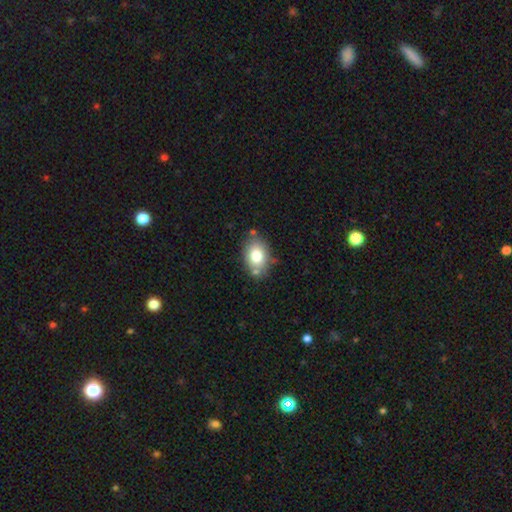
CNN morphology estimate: A smooth galaxy with no disk features (78%) that is in between round and cigar-shaped (77%).

Vote fractions:
- Smooth or featured? smooth: 78% / featured or disk: 13% / star or artifact: 9%
- How rounded? in between: 77% / round: 22% / cigar-shaped: 1%
- Merging? none: 73% / minor disturbance: 16% / merger: 7% / major disturbance: 4%